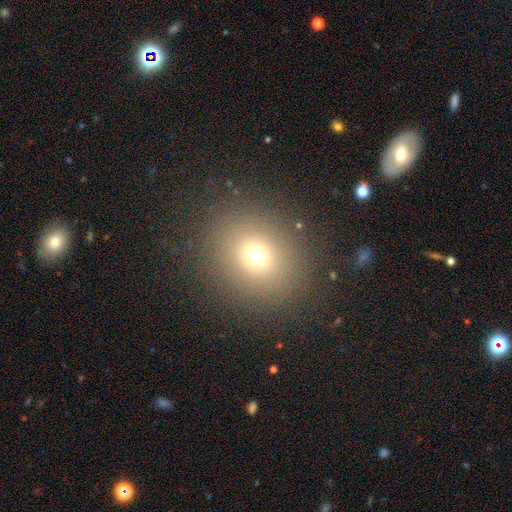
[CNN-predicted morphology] This is likely a smooth galaxy (70%). How rounded: likely round (75%). Merging: clearly none (87%).